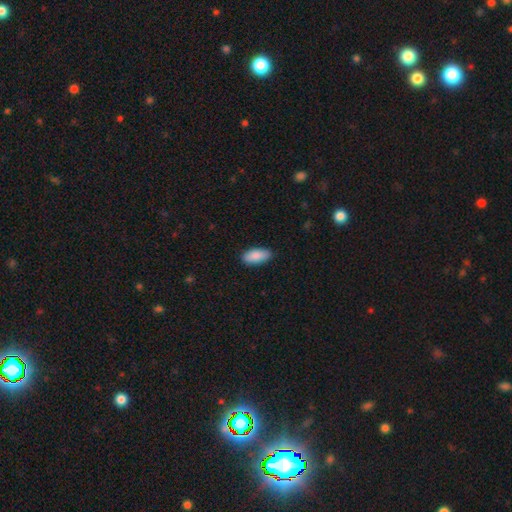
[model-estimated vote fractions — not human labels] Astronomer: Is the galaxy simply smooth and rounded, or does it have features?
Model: smooth — 89%.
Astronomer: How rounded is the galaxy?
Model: in between — 88%.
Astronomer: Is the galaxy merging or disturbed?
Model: none — 87%.